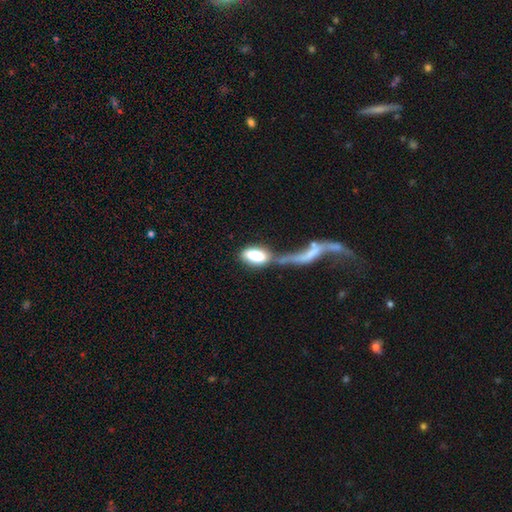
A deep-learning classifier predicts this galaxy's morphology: A smooth galaxy with no disk features (79%) that is in between round and cigar-shaped (91%). Merging: merger (54%).